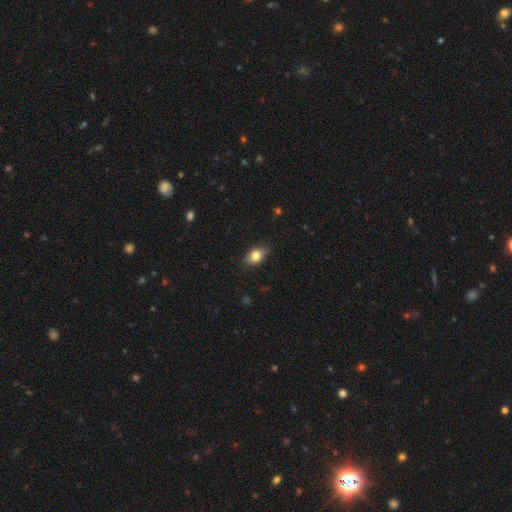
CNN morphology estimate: This is likely a smooth galaxy (75%). How rounded: likely in between (75%). Merging: likely none (77%).